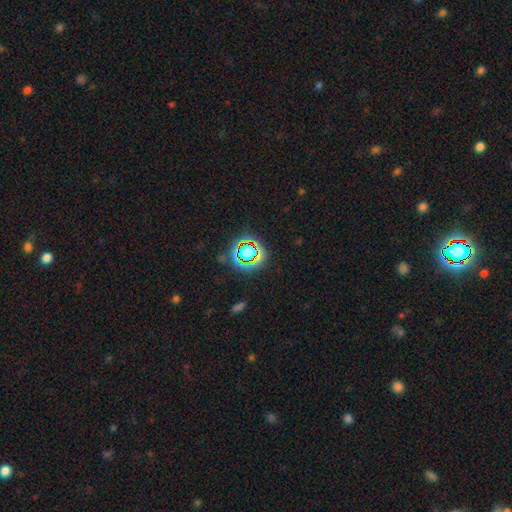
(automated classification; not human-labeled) Smooth or featured: star or artifact — 68% (smooth — 22%)